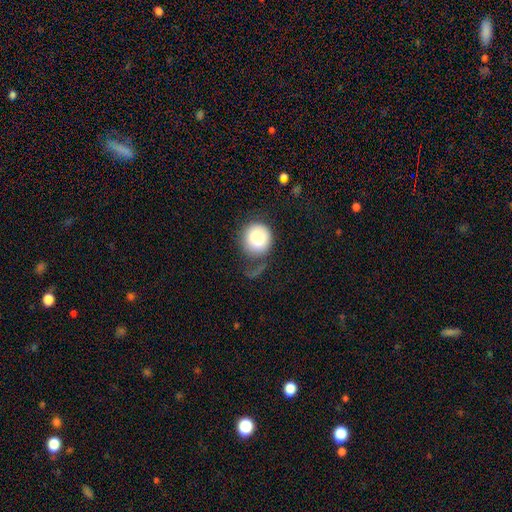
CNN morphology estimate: This appears to be a smooth galaxy with no disk features (66%) that is round (84%). Merging: none (61%).